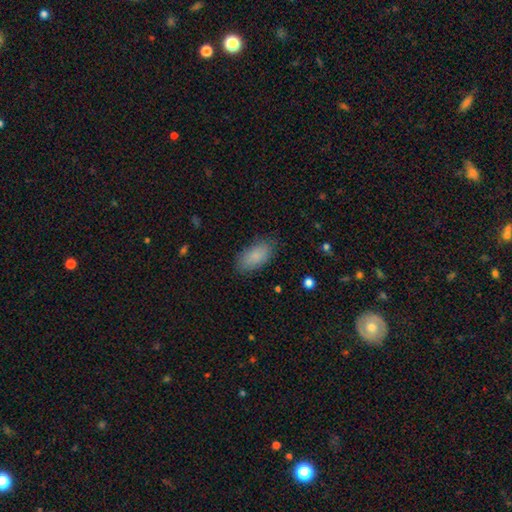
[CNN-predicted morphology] Smooth or featured: smooth — 86% (featured or disk — 7%)
How rounded: in between — 93% (cigar-shaped — 5%)
Merging: none — 83% (minor disturbance — 13%)